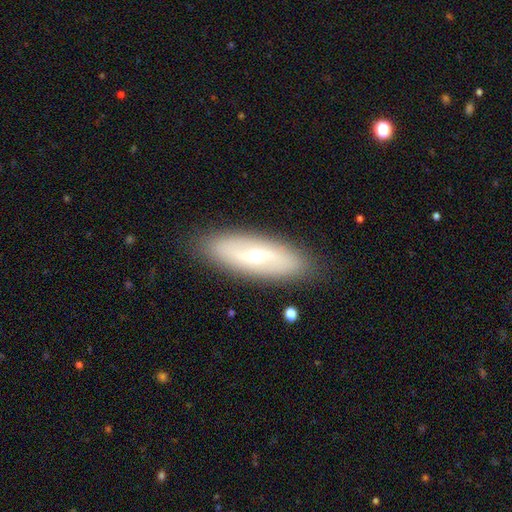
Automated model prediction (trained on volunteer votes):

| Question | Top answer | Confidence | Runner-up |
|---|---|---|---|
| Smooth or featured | featured or disk | 63% | smooth (31%) |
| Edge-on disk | no | 77% | yes (23%) |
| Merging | none | 88% | minor disturbance (9%) |